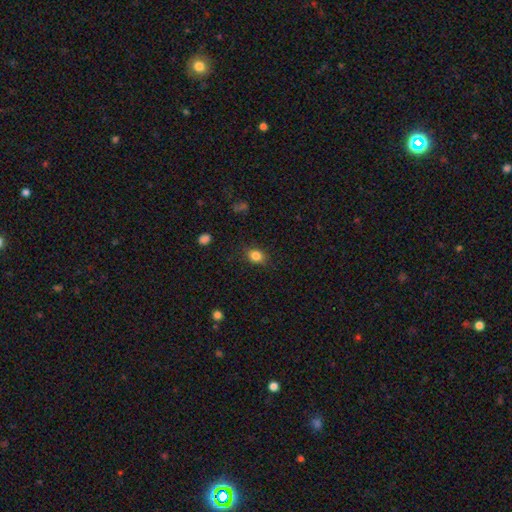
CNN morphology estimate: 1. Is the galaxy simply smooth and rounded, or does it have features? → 84% smooth, 10% star or artifact, 5% featured or disk.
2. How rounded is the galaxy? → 55% in between, 44% round, 1% cigar-shaped.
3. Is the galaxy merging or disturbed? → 84% none, 12% minor disturbance, 3% major disturbance, 1% merger.